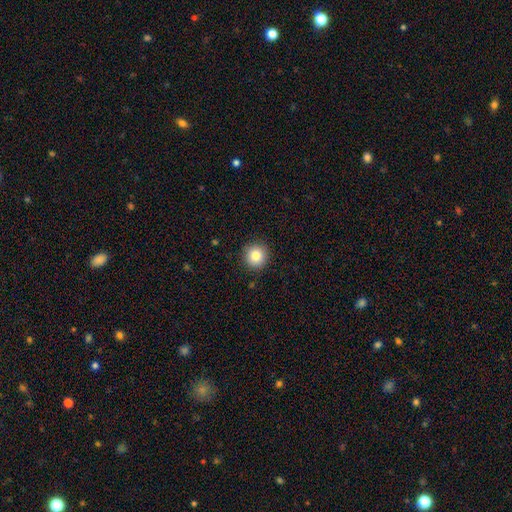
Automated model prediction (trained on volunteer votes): smooth-or-featured: smooth: 84% | star or artifact: 10% | featured or disk: 7%
  how-rounded: round: 93% | in between: 6% | cigar-shaped: 1%
  merging: none: 90% | minor disturbance: 7% | major disturbance: 2% | merger: 1%